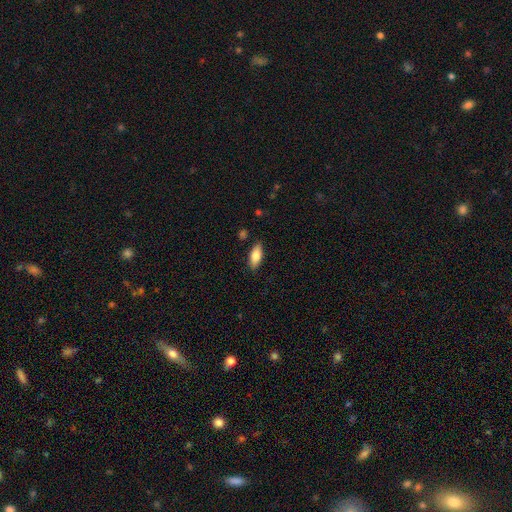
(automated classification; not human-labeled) smooth 80%, featured or disk 13%, star or artifact 7%. Down the decision tree: how rounded — in between (80%); merging — none (85%).